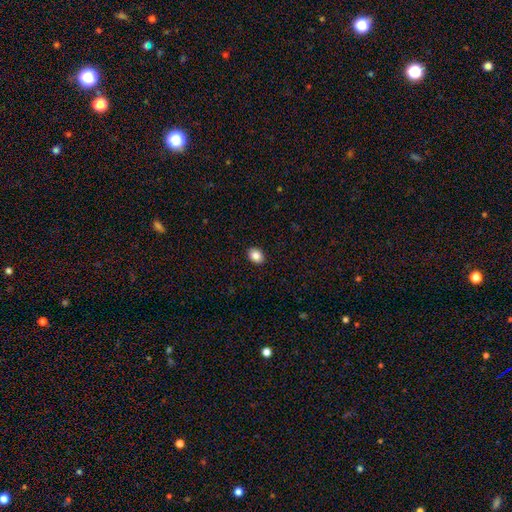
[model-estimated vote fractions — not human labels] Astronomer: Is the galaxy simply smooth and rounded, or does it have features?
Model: smooth — 87%.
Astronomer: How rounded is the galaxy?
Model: in between — 66%.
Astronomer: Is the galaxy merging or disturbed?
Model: none — 91%.